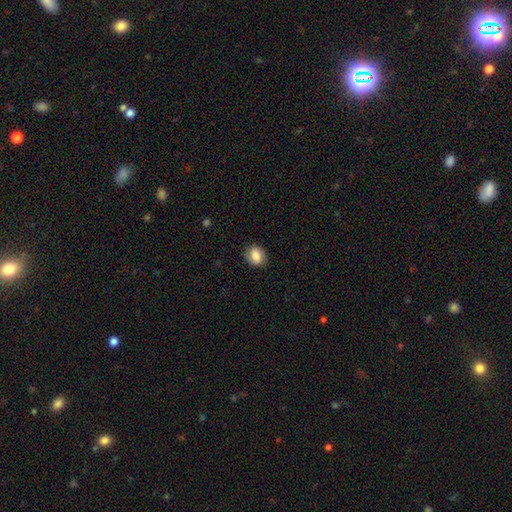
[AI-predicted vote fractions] This appears to be a smooth galaxy with no disk features (78%) that is in between round and cigar-shaped (54%). Merging: none (83%).